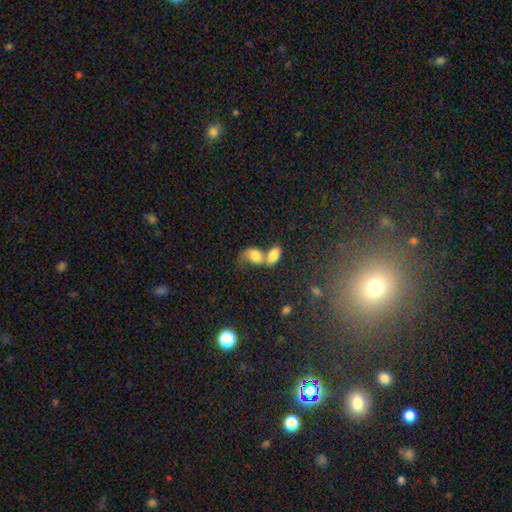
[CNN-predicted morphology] smooth 65%, featured or disk 25%, star or artifact 9%. Down the decision tree: how rounded — in between (80%); merging — merger (75%).